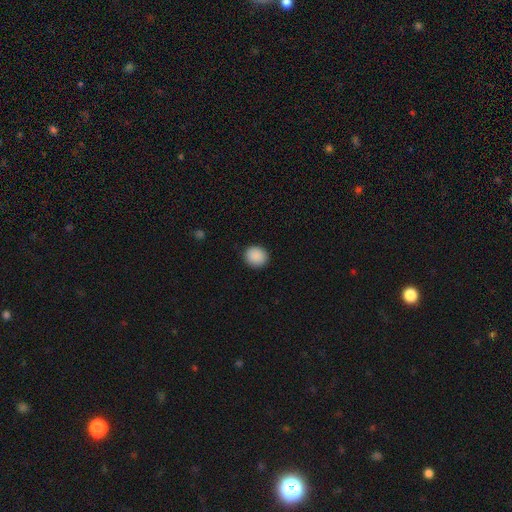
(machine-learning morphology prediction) Q: Smooth or featured?
A: smooth (90%); runner-up: star or artifact (8%)
Q: How rounded?
A: round (80%); runner-up: in between (19%)
Q: Merging?
A: none (90%); runner-up: minor disturbance (7%)